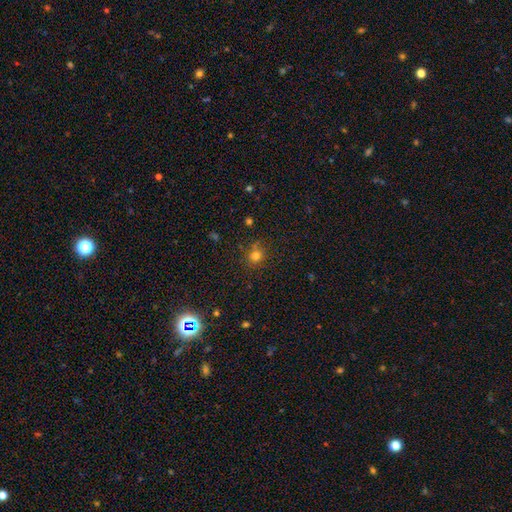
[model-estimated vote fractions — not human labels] Smooth or featured? Predicted: smooth (p=0.76). How rounded? Predicted: round (p=0.85). Merging? Predicted: none (p=0.74).